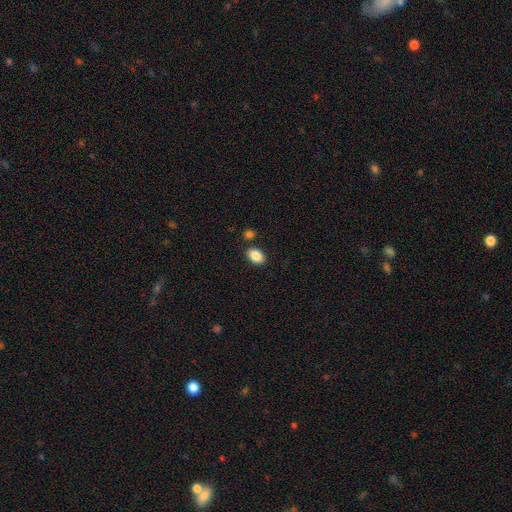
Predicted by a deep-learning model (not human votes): smooth_or_featured: smooth (p=0.88) [alt: star or artifact p=0.08]
how_rounded: in between (p=0.87) [alt: round p=0.12]
merging: none (p=0.83) [alt: minor disturbance p=0.09]